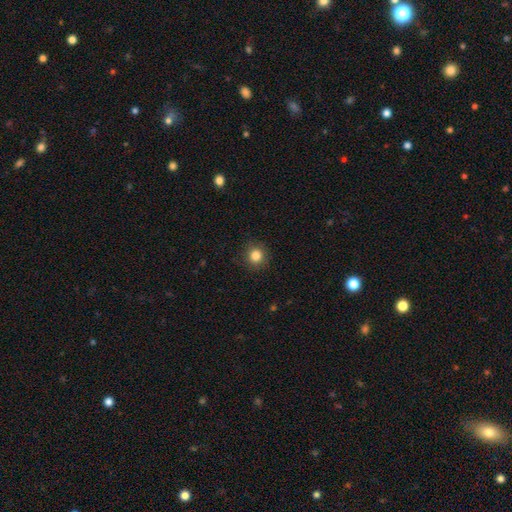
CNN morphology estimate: Q: Smooth or featured?
A: smooth (84%); runner-up: star or artifact (11%)
Q: How rounded?
A: round (92%); runner-up: in between (7%)
Q: Merging?
A: none (89%); runner-up: minor disturbance (7%)